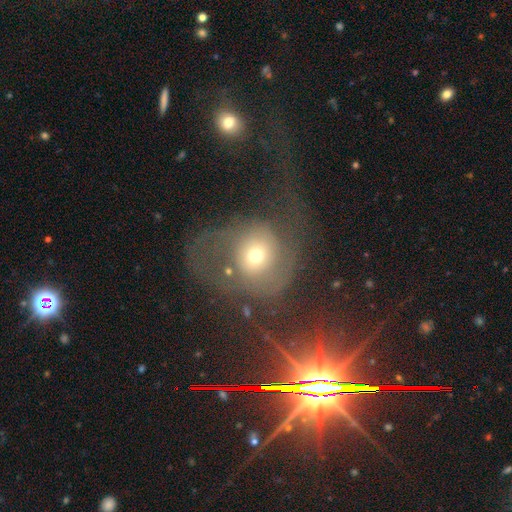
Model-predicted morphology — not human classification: featured or disk 48%, smooth 38%, star or artifact 14%. Down the decision tree: merging — major disturbance (50%).